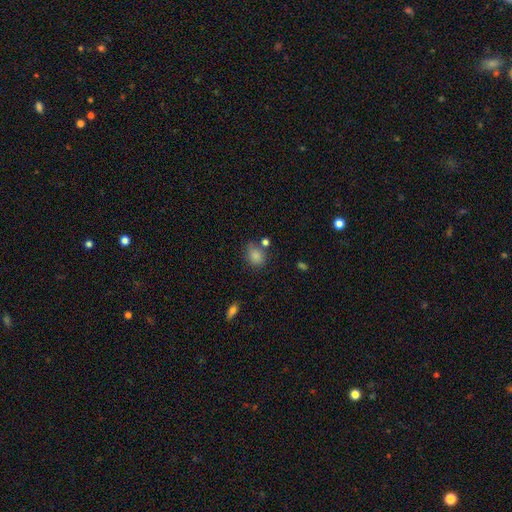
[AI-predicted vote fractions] smooth-or-featured: smooth: 83% | star or artifact: 10% | featured or disk: 6%
  how-rounded: in between: 57% | round: 41% | cigar-shaped: 1%
  merging: none: 62% | minor disturbance: 20% | merger: 12% | major disturbance: 7%